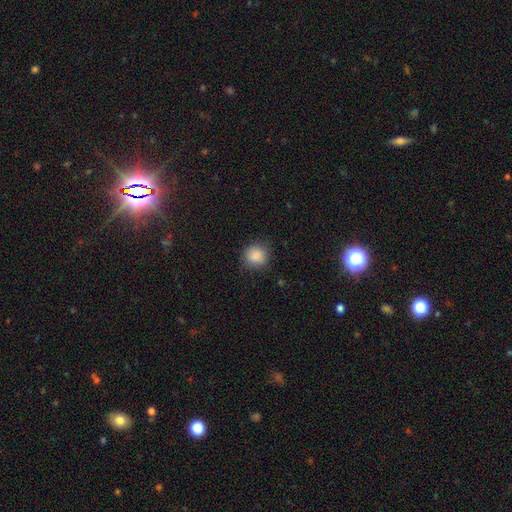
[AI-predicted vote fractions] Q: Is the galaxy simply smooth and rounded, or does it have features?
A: smooth — 87%.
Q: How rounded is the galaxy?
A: round — 86%.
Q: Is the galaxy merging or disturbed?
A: none — 84%.